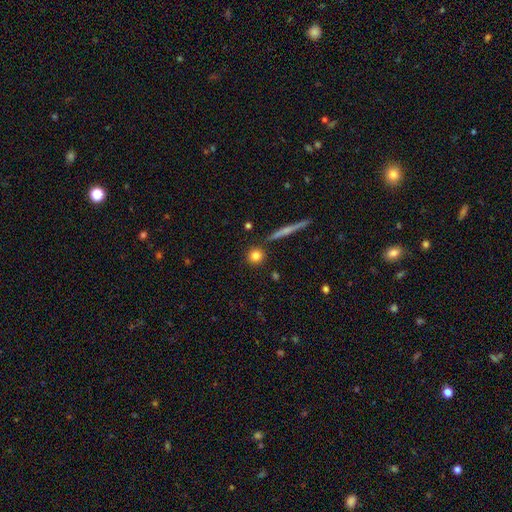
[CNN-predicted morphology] Smooth or featured: smooth — 80% (featured or disk — 10%)
How rounded: round — 91% (in between — 6%)
Merging: none — 86% (minor disturbance — 7%)